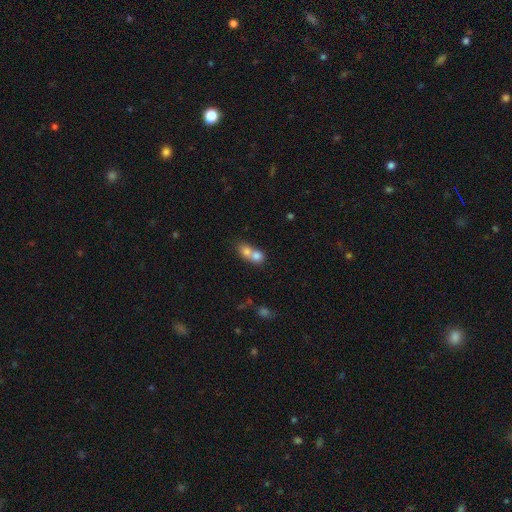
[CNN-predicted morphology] Smooth or featured?
  - smooth: 73% *
  - featured or disk: 18%
  - star or artifact: 10%
How rounded?
  - round: 57% *
  - in between: 41%
  - cigar-shaped: 2%
Merging?
  - merger: 74% *
  - none: 19%
  - minor disturbance: 5%
  - major disturbance: 3%